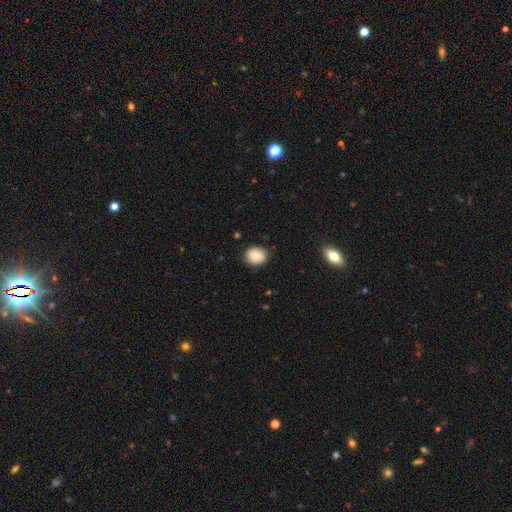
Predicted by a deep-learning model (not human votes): A smooth galaxy with no disk features (81%) that is round (74%). Merging: none (84%).